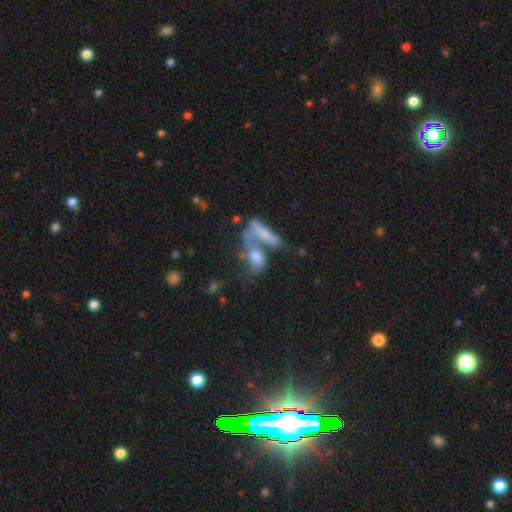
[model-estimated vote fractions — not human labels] Q: Smooth or featured?
A: smooth (55%); runner-up: featured or disk (30%)
Q: How rounded?
A: in between (56%); runner-up: cigar-shaped (30%)
Q: Merging?
A: merger (53%); runner-up: none (28%)